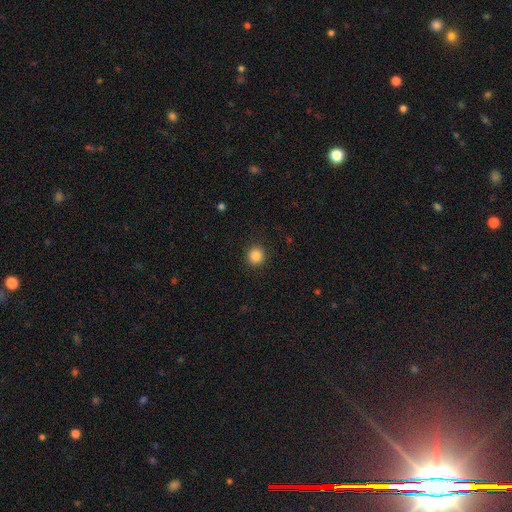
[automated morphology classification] This is clearly a smooth galaxy (86%). How rounded: clearly round (92%). Merging: clearly none (91%).